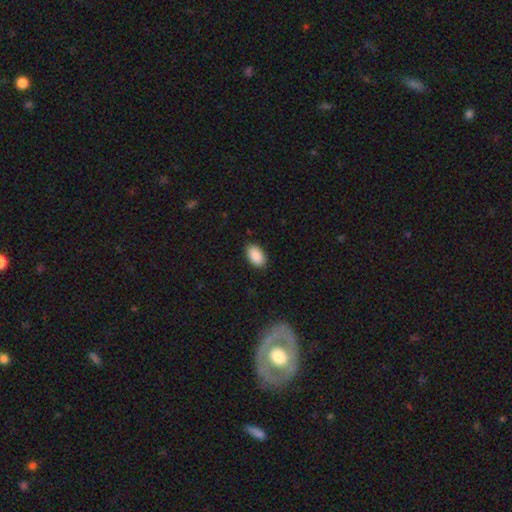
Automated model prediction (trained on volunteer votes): smooth-or-featured: smooth: 90% | star or artifact: 7% | featured or disk: 3%
  how-rounded: in between: 93% | round: 5% | cigar-shaped: 1%
  merging: none: 87% | minor disturbance: 10% | major disturbance: 2% | merger: 1%